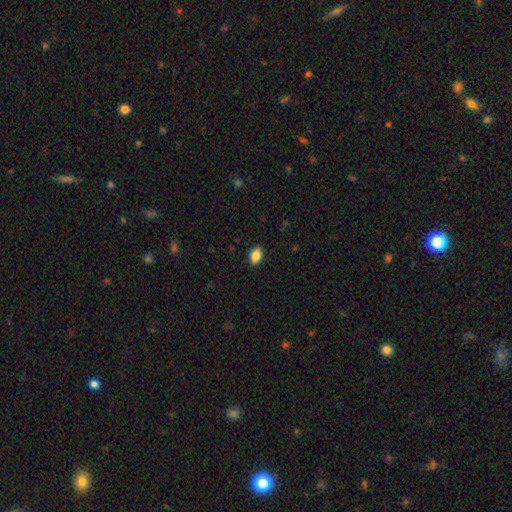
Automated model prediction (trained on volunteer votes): This appears to be a smooth galaxy with no disk features (87%) that is in between round and cigar-shaped (86%). Merging: none (89%).